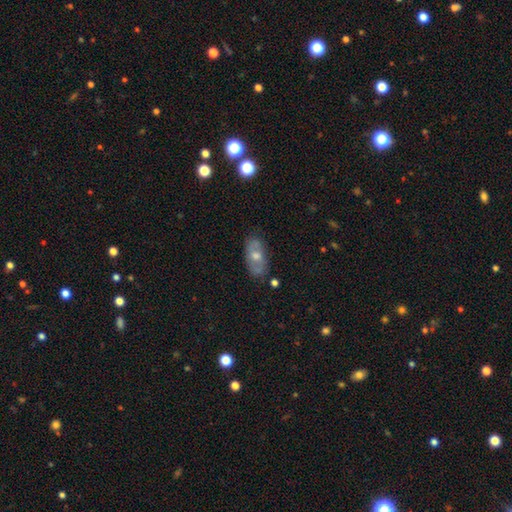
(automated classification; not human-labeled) This is possibly a featured or disk galaxy (46%). Merging: likely none (78%).